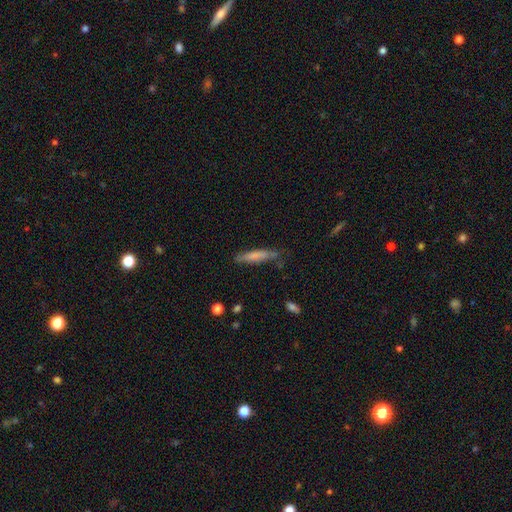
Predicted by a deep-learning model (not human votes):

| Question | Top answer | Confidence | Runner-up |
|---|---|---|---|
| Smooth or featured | smooth | 68% | featured or disk (26%) |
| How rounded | cigar-shaped | 85% | in between (13%) |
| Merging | none | 69% | minor disturbance (22%) |